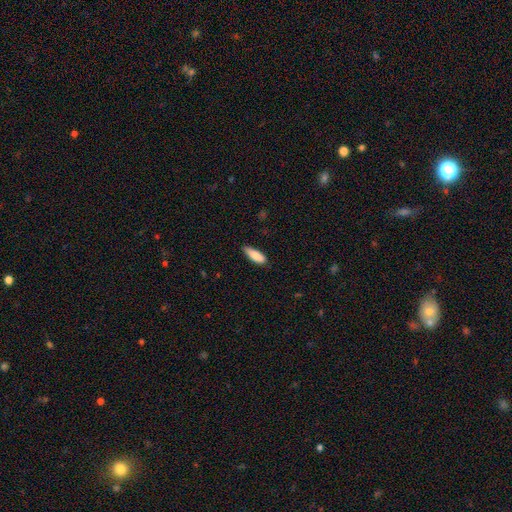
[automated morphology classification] Q: Smooth or featured?
A: smooth (86%); runner-up: featured or disk (8%)
Q: How rounded?
A: in between (60%); runner-up: cigar-shaped (38%)
Q: Merging?
A: none (77%); runner-up: minor disturbance (19%)